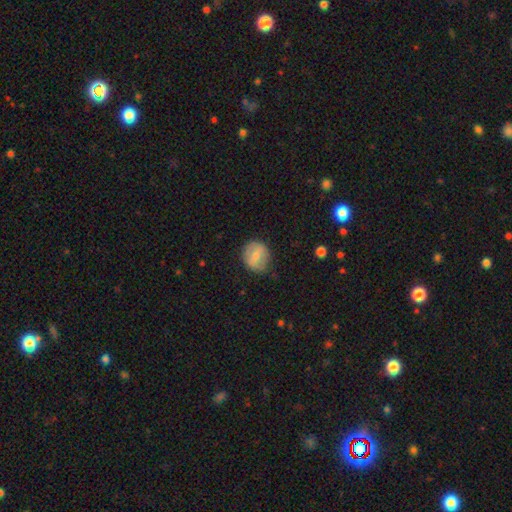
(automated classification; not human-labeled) Morphology: type=smooth (62%); roundness=round (70%); merging=none (75%).